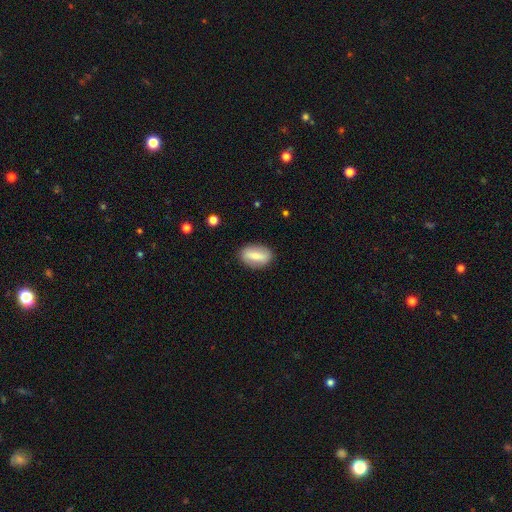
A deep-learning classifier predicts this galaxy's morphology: Q: Smooth or featured?
A: smooth (59%); runner-up: featured or disk (35%)
Q: How rounded?
A: in between (86%); runner-up: round (8%)
Q: Merging?
A: none (86%); runner-up: minor disturbance (10%)